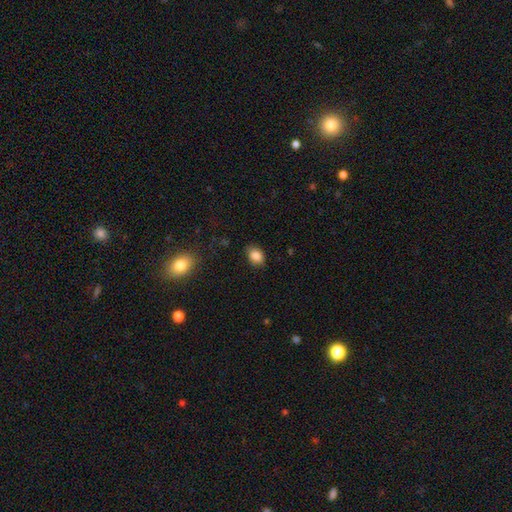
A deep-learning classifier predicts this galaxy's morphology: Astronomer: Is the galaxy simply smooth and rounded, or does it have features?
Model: smooth — 86%.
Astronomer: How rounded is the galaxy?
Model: in between — 70%.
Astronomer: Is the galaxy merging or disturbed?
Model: none — 84%.